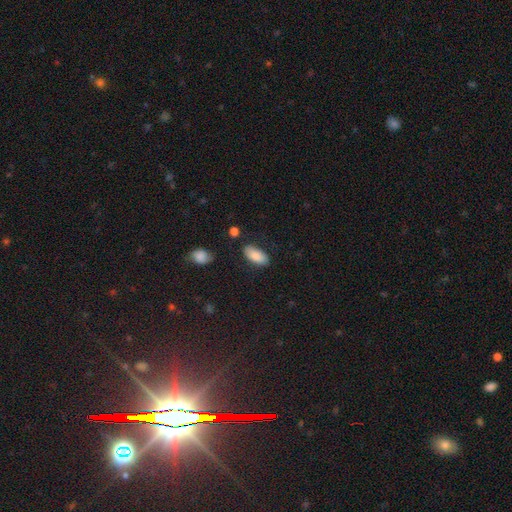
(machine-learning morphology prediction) A smooth galaxy with no disk features (88%) that is in between round and cigar-shaped (91%).

Vote fractions:
- Smooth or featured? smooth: 88% / star or artifact: 7% / featured or disk: 6%
- How rounded? in between: 91% / cigar-shaped: 6% / round: 2%
- Merging? none: 79% / minor disturbance: 15% / major disturbance: 4% / merger: 2%